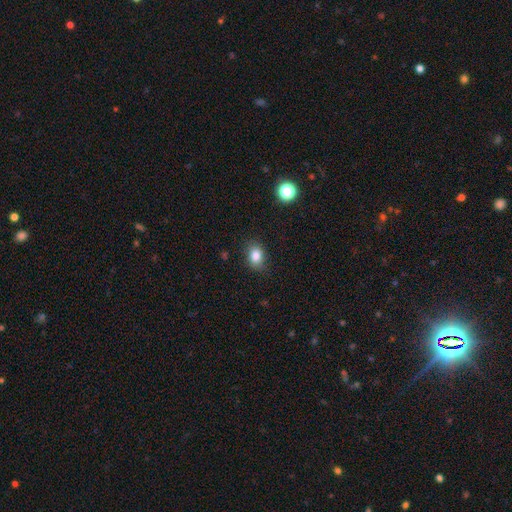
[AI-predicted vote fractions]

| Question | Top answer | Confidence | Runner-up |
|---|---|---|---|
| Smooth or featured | smooth | 83% | star or artifact (10%) |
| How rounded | in between | 67% | round (32%) |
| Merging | none | 83% | minor disturbance (13%) |